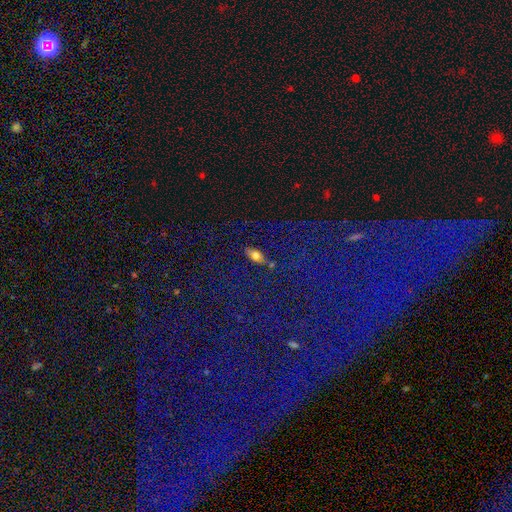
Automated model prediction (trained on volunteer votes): Smooth or featured? smooth (65%)
How rounded? in between (78%)
Merging? none (80%)